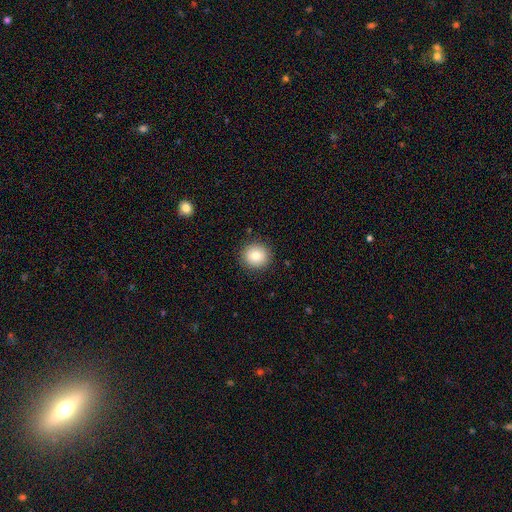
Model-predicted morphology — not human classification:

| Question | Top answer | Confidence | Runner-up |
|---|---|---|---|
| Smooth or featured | smooth | 82% | star or artifact (9%) |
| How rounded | round | 92% | in between (7%) |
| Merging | none | 90% | minor disturbance (7%) |